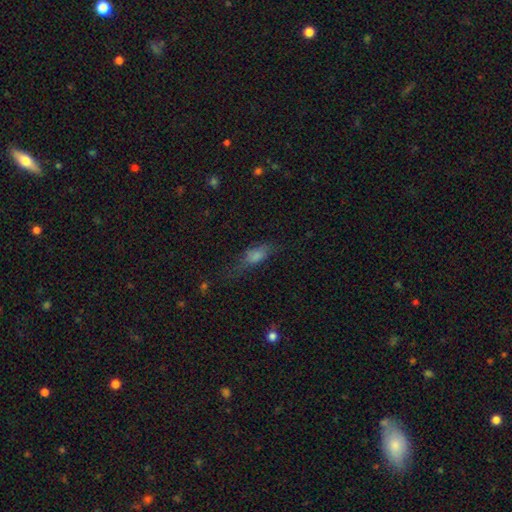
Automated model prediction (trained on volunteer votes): Smooth or featured? smooth (64%)
How rounded? in between (60%)
Merging? none (53%)